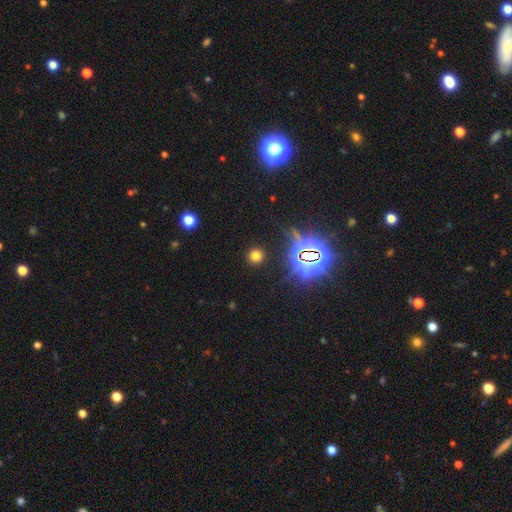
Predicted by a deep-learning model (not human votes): smooth 66%, star or artifact 27%, featured or disk 7%. Down the decision tree: how rounded — round (92%); merging — none (89%).